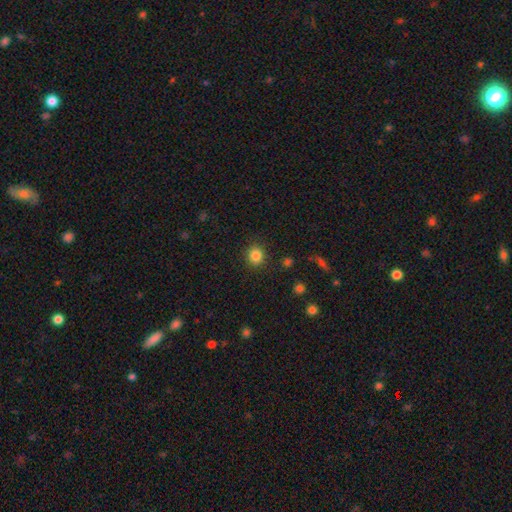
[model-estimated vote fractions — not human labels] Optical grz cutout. It shows a smooth galaxy with no disk features (84%) that is round (88%). Merging: none (90%).